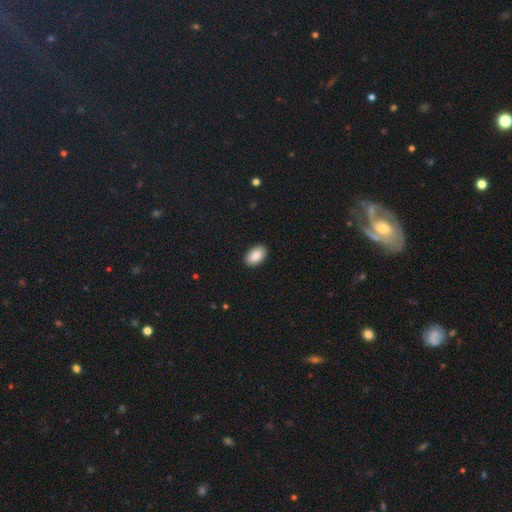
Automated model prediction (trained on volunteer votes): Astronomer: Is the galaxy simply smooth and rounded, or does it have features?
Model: smooth — 87%.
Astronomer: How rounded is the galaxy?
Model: in between — 93%.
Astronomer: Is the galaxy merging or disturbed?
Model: none — 91%.